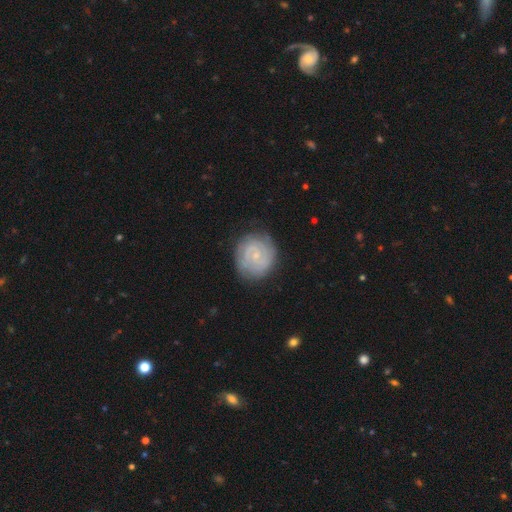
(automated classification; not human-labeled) A featured or disk galaxy (70%) with no bar (59%), 2 (41%) tight (70%) spiral arms (88%) and a small central bulge (78%). Merging: none (80%).